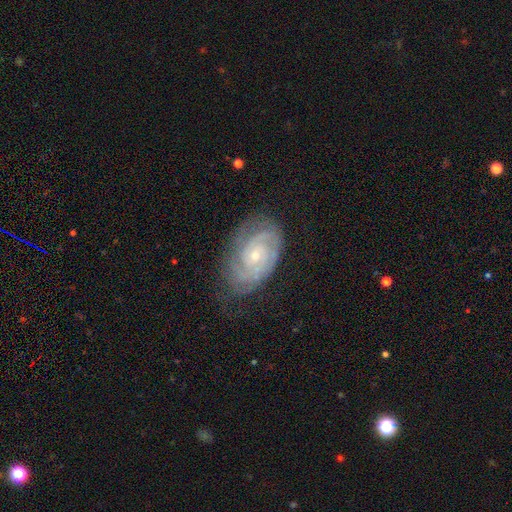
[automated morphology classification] type=featured or disk (86%); edge-on=no (97%); bar=no (70%); spiral arms=yes (97%); winding=tight (74%); arm count=2 (39%); bulge=small (68%); merging=none (72%).